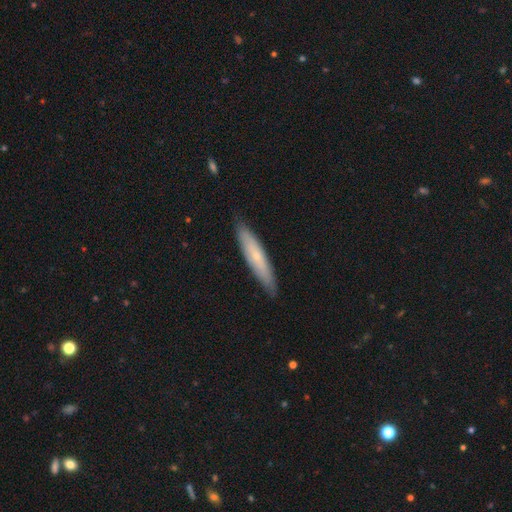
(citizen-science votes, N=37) Smooth or featured? smooth (54%)
How rounded? cigar-shaped (80%)
Merging? none (89%)